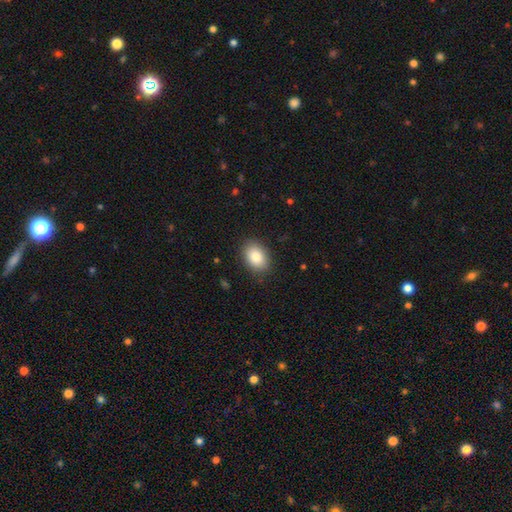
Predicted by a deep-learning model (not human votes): Overall: smooth (85%). How rounded: in between (76%). Merging: none (87%).